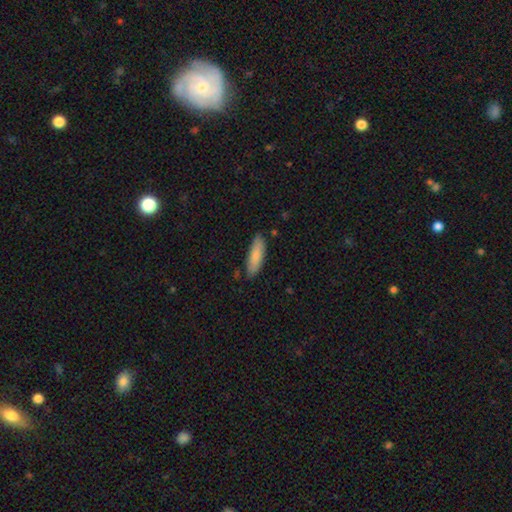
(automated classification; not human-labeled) The model was most divided on "how rounded": cigar-shaped: 51%, in between: 48%, round: 2%. More confident: merging — none (83%); smooth or featured — smooth (82%).